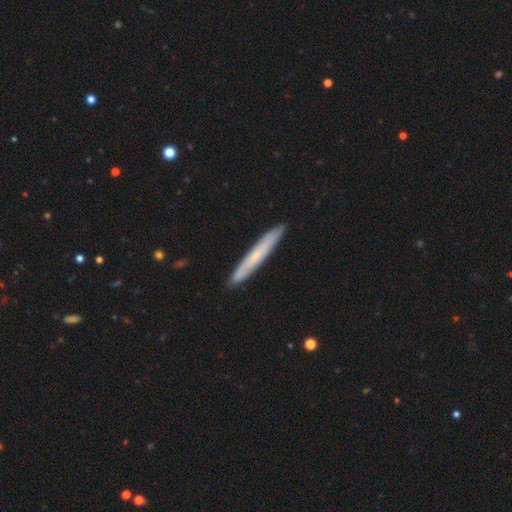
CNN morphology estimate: Smooth or featured? smooth (52%)
How rounded? cigar-shaped (96%)
Merging? none (90%)